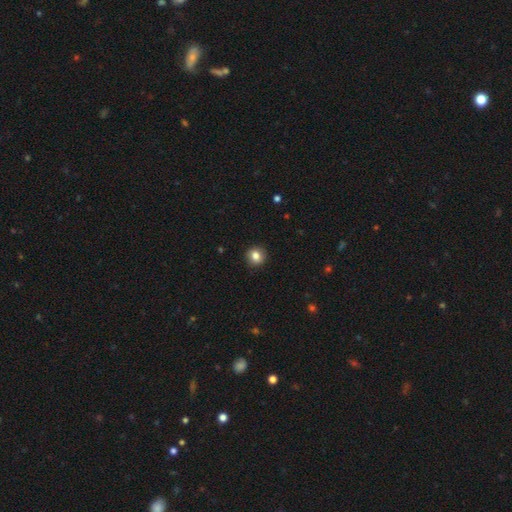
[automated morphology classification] smooth_or_featured: smooth (p=0.84) [alt: star or artifact p=0.10]
how_rounded: round (p=0.88) [alt: in between p=0.11]
merging: none (p=0.91) [alt: minor disturbance p=0.06]